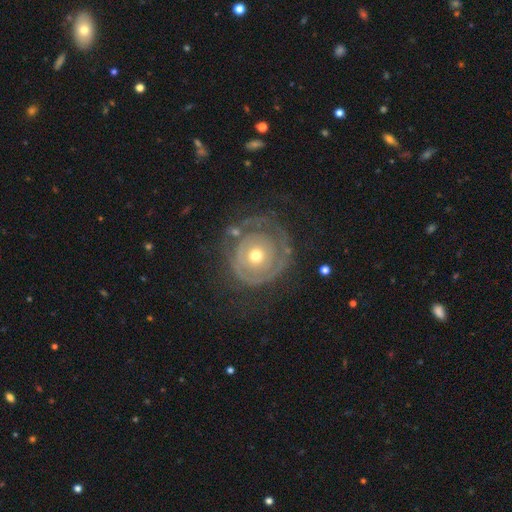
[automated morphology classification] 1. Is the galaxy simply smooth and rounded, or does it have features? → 72% featured or disk, 21% smooth, 7% star or artifact.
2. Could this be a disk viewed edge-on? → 97% no, 3% yes.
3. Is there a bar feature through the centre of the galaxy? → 88% no, 9% weak, 3% strong.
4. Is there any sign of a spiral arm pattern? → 61% yes, 39% no.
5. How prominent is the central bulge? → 55% moderate, 40% small, 4% large, 1% dominant, 1% none.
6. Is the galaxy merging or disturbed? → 59% none, 20% minor disturbance, 18% major disturbance, 3% merger.